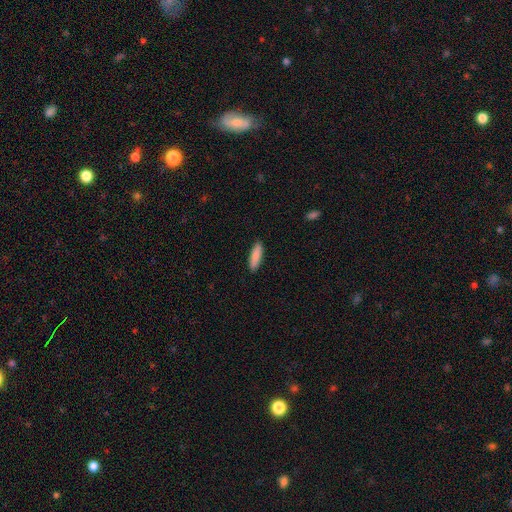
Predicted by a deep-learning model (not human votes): A smooth galaxy with no disk features (88%) that is cigar-shaped (61%).

Vote fractions:
- Smooth or featured? smooth: 88% / featured or disk: 6% / star or artifact: 6%
- How rounded? cigar-shaped: 61% / in between: 38% / round: 1%
- Merging? none: 89% / minor disturbance: 8% / major disturbance: 2% / merger: 1%